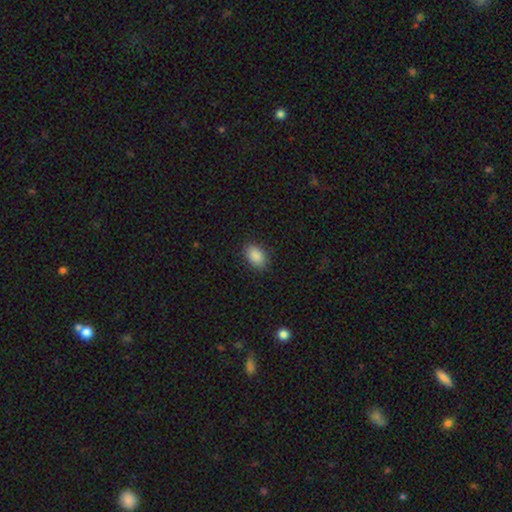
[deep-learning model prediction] A smooth galaxy with no disk features (89%) that is in between round and cigar-shaped (88%).

Vote fractions:
- Smooth or featured? smooth: 89% / star or artifact: 7% / featured or disk: 4%
- How rounded? in between: 88% / round: 10% / cigar-shaped: 1%
- Merging? none: 87% / minor disturbance: 9% / major disturbance: 2% / merger: 1%